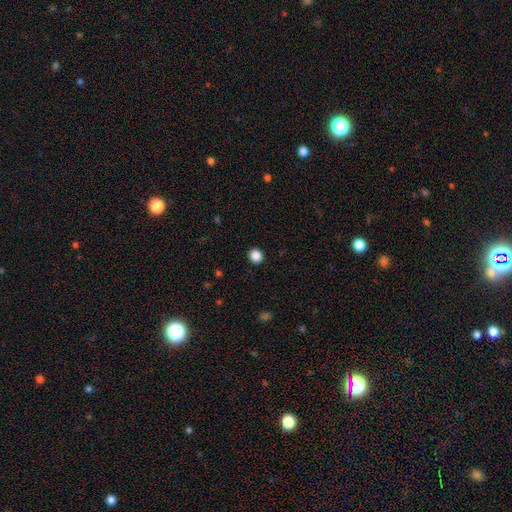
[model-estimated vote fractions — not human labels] smooth-or-featured: smooth: 87% | star or artifact: 10% | featured or disk: 3%
  how-rounded: round: 89% | in between: 10% | cigar-shaped: 1%
  merging: none: 92% | minor disturbance: 5% | major disturbance: 2% | merger: 1%